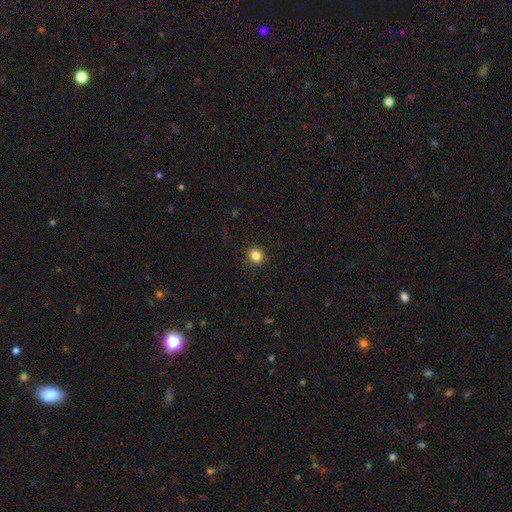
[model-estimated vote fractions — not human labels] Smooth or featured?
  - smooth: 84% *
  - star or artifact: 11%
  - featured or disk: 5%
How rounded?
  - round: 80% *
  - in between: 19%
  - cigar-shaped: 1%
Merging?
  - none: 90% *
  - minor disturbance: 7%
  - major disturbance: 2%
  - merger: 1%